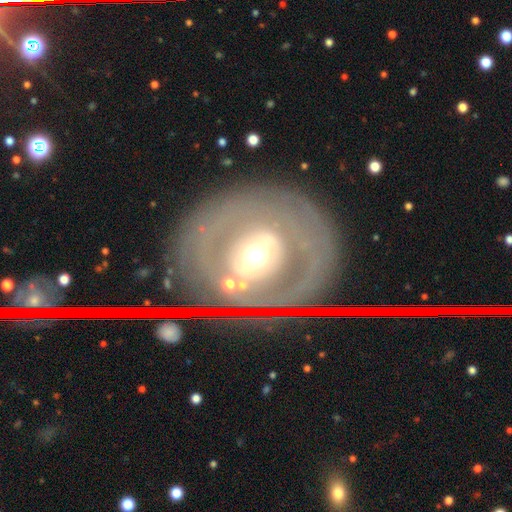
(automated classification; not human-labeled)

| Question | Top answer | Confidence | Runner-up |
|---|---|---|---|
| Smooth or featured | featured or disk | 67% | smooth (23%) |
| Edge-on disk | no | 94% | yes (6%) |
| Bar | no | 52% | weak (28%) |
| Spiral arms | no | 58% | yes (42%) |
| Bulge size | moderate | 65% | small (17%) |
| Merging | none | 78% | minor disturbance (12%) |